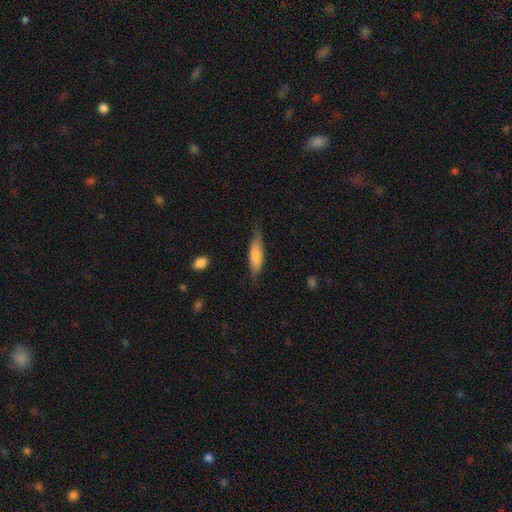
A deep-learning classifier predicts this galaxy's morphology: Smooth or featured: smooth — 73% (featured or disk — 22%)
How rounded: cigar-shaped — 58% (in between — 40%)
Merging: none — 71% (minor disturbance — 23%)